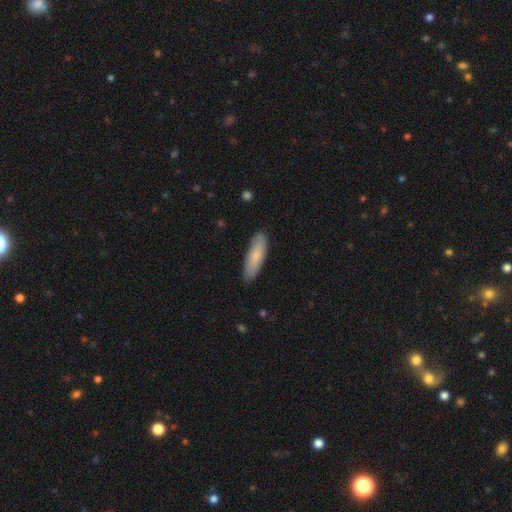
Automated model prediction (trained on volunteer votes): This appears to be a smooth galaxy with no disk features (81%) that is cigar-shaped (57%). Merging: none (85%).